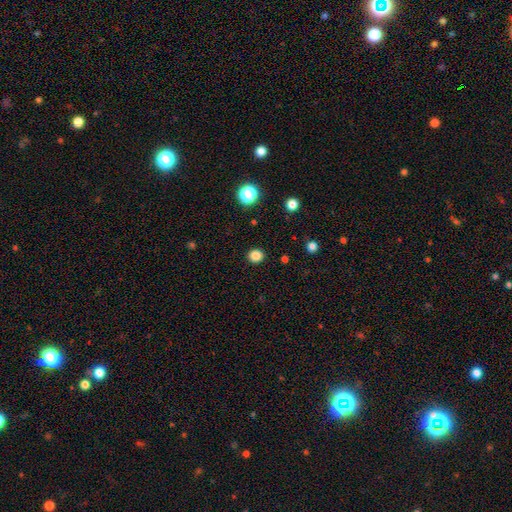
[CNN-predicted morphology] Smooth or featured?
  - smooth: 83% *
  - star or artifact: 13%
  - featured or disk: 4%
How rounded?
  - round: 87% *
  - in between: 13%
  - cigar-shaped: 1%
Merging?
  - none: 92% *
  - minor disturbance: 5%
  - major disturbance: 2%
  - merger: 1%